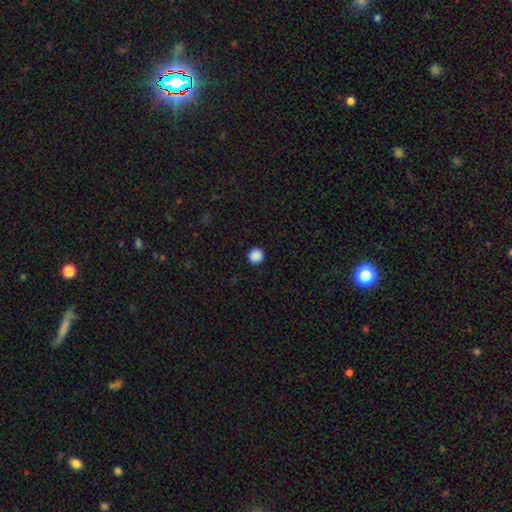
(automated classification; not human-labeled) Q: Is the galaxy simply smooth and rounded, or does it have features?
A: smooth — 89%.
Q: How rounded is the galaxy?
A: round — 95%.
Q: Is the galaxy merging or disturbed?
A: none — 93%.